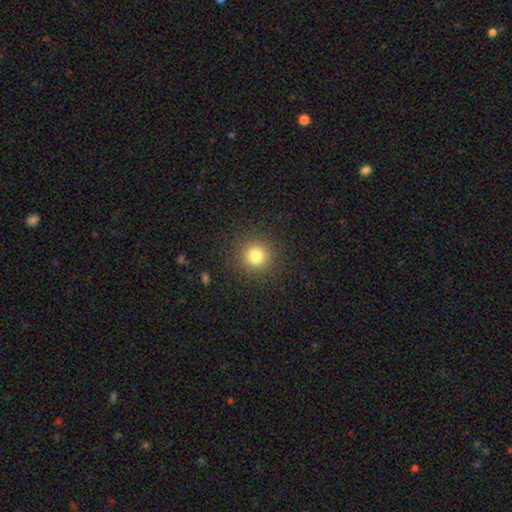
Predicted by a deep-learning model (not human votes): smooth-or-featured: smooth: 80% | star or artifact: 14% | featured or disk: 6%
  how-rounded: round: 94% | in between: 5% | cigar-shaped: 1%
  merging: none: 90% | minor disturbance: 6% | major disturbance: 3% | merger: 1%